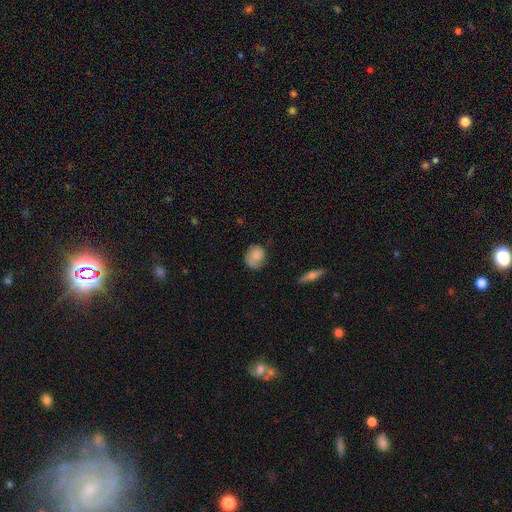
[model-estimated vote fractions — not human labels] The model was most divided on "how rounded": round: 63%, in between: 36%, cigar-shaped: 1%. More confident: smooth or featured — smooth (73%); merging — none (60%).